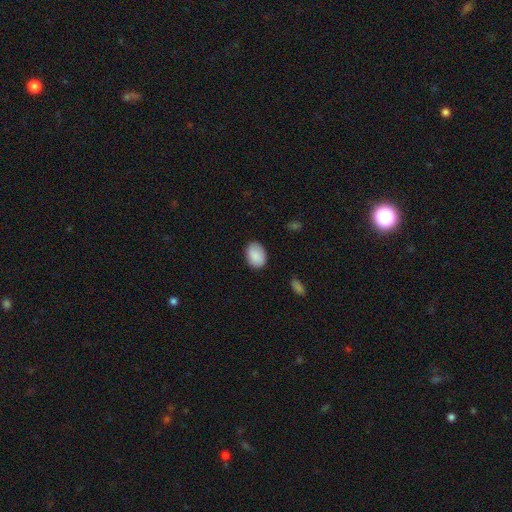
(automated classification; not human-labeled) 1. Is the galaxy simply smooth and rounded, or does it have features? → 89% smooth, 7% star or artifact, 4% featured or disk.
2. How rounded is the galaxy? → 78% in between, 21% round, 1% cigar-shaped.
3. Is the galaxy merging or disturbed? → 85% none, 12% minor disturbance, 2% major disturbance, 1% merger.